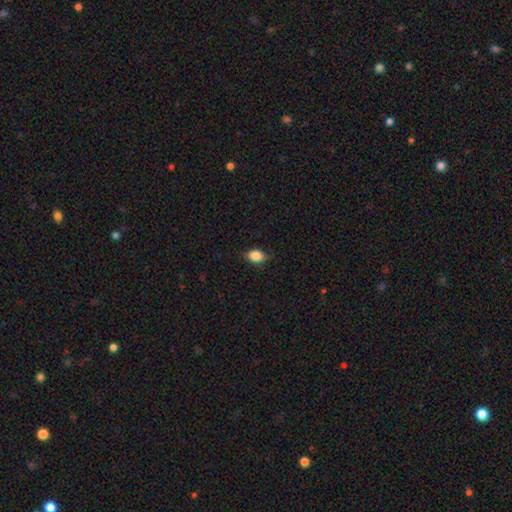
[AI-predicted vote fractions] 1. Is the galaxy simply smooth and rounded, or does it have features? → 85% smooth, 9% star or artifact, 6% featured or disk.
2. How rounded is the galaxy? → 77% in between, 21% round, 2% cigar-shaped.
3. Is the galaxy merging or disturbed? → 79% none, 17% minor disturbance, 3% major disturbance, 1% merger.